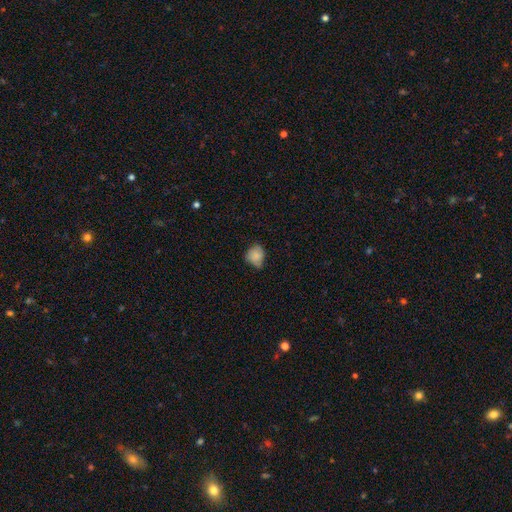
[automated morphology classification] Smooth or featured? Predicted: smooth (p=0.79). How rounded? Predicted: round (p=0.64). Merging? Predicted: none (p=0.52).